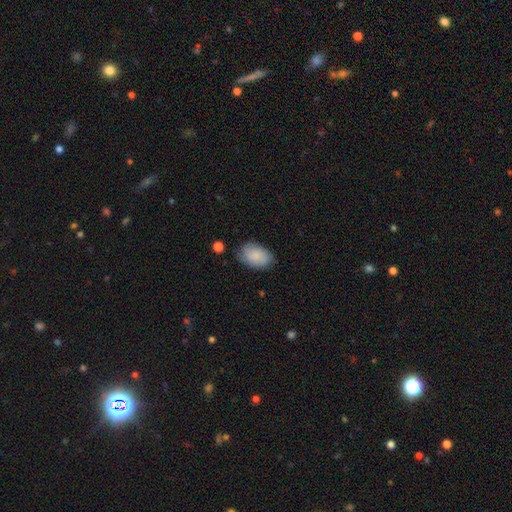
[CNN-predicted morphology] Q: Smooth or featured?
A: smooth (85%); runner-up: featured or disk (9%)
Q: How rounded?
A: in between (90%); runner-up: round (9%)
Q: Merging?
A: none (75%); runner-up: minor disturbance (19%)